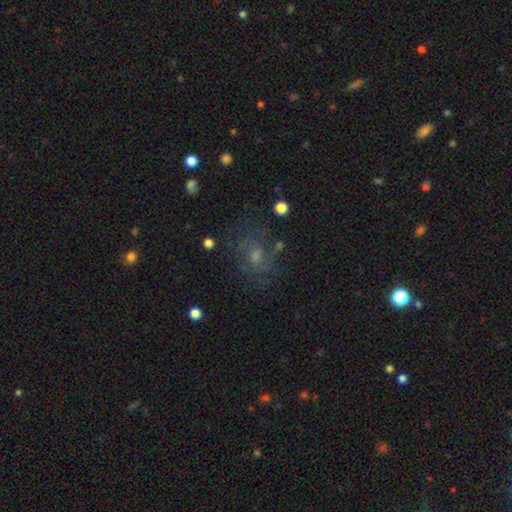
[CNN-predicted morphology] type=featured or disk (42%); merging=none (67%).